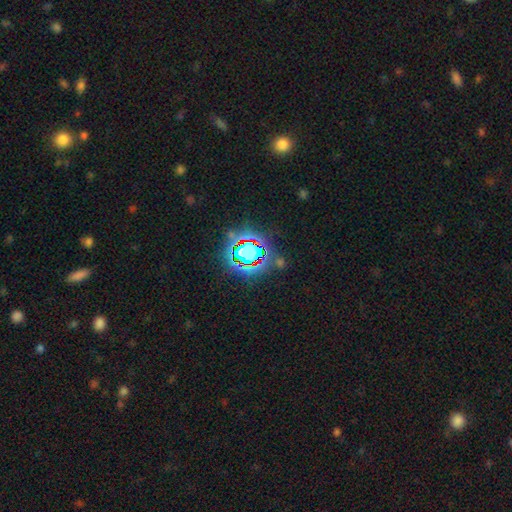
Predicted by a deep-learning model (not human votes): A star or artifact, not a galaxy (78%).